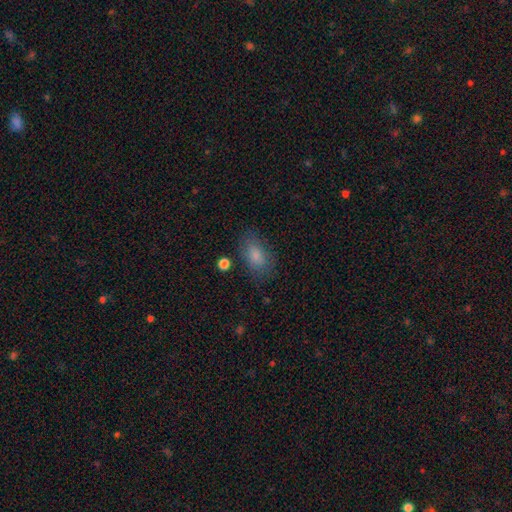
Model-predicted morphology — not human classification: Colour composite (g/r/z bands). It shows a smooth galaxy with no disk features (81%) that is in between round and cigar-shaped (88%). Merging: none (74%).